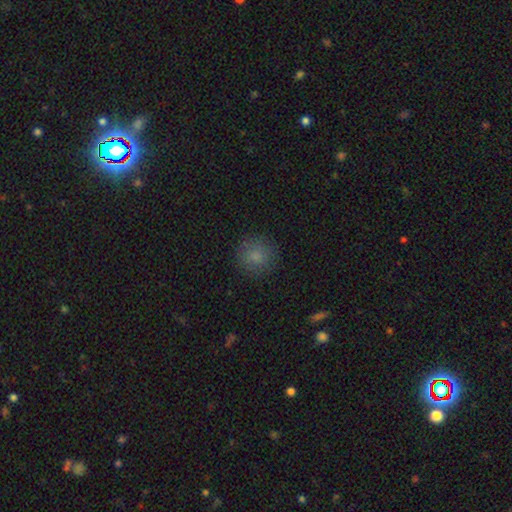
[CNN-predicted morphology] Smooth or featured: smooth — 83% (star or artifact — 11%)
How rounded: round — 92% (in between — 7%)
Merging: none — 85% (minor disturbance — 10%)